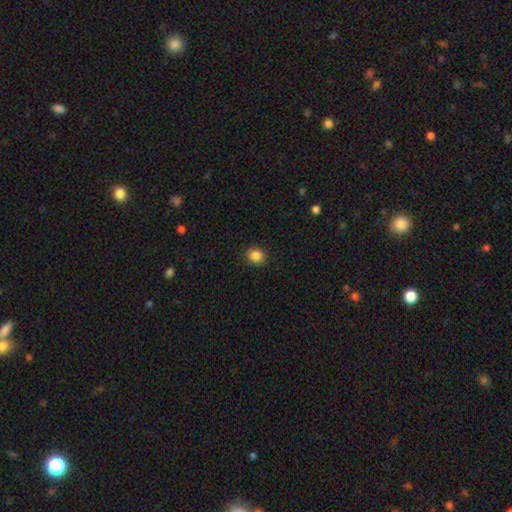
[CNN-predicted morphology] smooth-or-featured: smooth: 86% | star or artifact: 10% | featured or disk: 4%
  how-rounded: round: 75% | in between: 24% | cigar-shaped: 1%
  merging: none: 90% | minor disturbance: 7% | major disturbance: 2% | merger: 1%